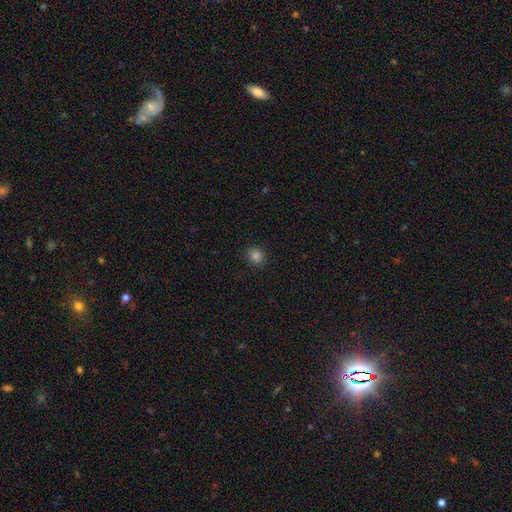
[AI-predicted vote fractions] Smooth or featured? Predicted: smooth (p=0.84). How rounded? Predicted: round (p=0.81). Merging? Predicted: none (p=0.90).